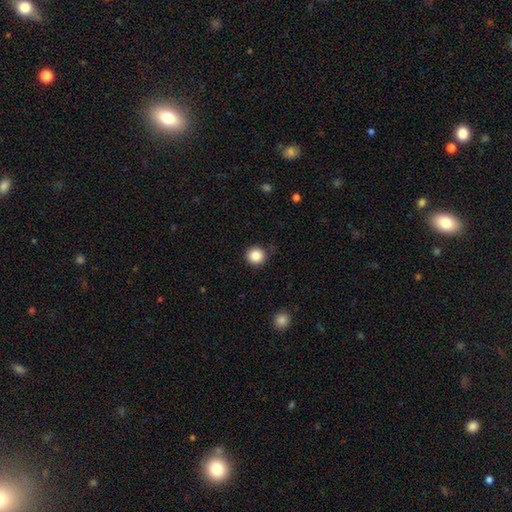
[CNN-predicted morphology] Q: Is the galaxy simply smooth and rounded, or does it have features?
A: smooth — 86%.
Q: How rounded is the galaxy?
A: round — 94%.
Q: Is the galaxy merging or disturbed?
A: none — 83%.